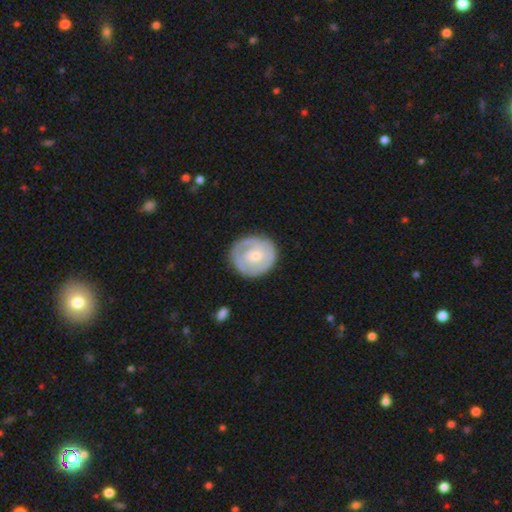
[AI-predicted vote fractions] The model was most divided on "smooth or featured": featured or disk: 59%, smooth: 36%, star or artifact: 5%. More confident: edge-on disk — no (97%); merging — none (78%); bar — no (74%); spiral arms — yes (62%); bulge size — small (59%).